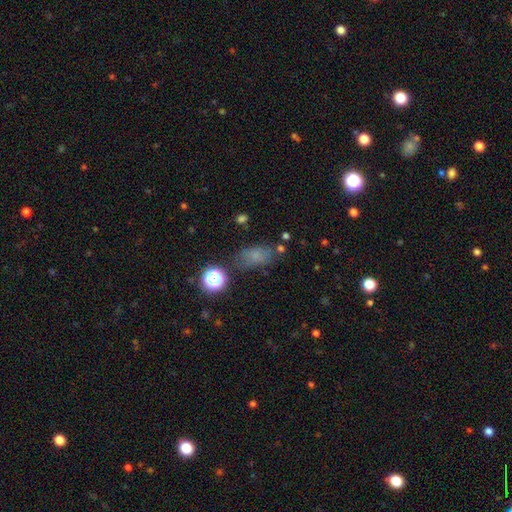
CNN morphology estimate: Smooth or featured: smooth — 69% (star or artifact — 21%)
How rounded: in between — 80% (round — 14%)
Merging: none — 69% (minor disturbance — 19%)